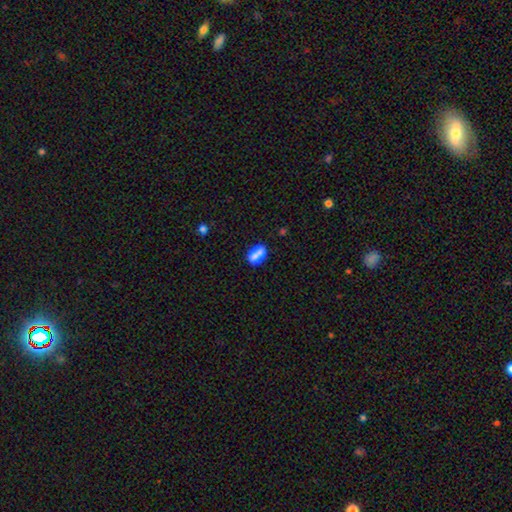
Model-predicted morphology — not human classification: smooth_or_featured: smooth (p=0.78) [alt: featured or disk p=0.13]
how_rounded: in between (p=0.84) [alt: round p=0.09]
merging: none (p=0.46) [alt: merger p=0.34]